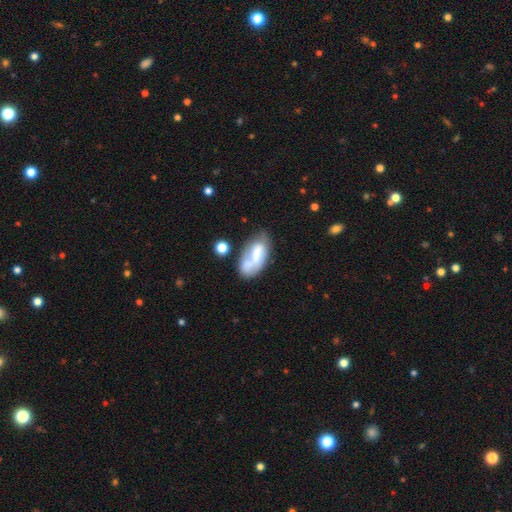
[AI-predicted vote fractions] smooth 54%, featured or disk 39%, star or artifact 8%. Down the decision tree: how rounded — in between (90%); merging — none (39%).